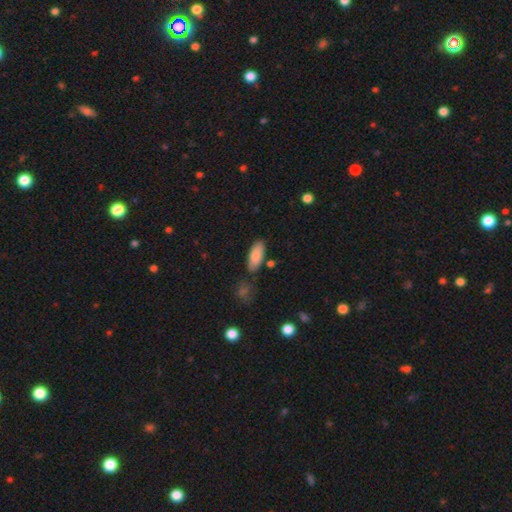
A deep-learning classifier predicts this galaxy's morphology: smooth-or-featured: smooth: 84% | featured or disk: 9% | star or artifact: 6%
  how-rounded: in between: 82% | cigar-shaped: 16% | round: 2%
  merging: none: 78% | minor disturbance: 14% | merger: 6% | major disturbance: 3%